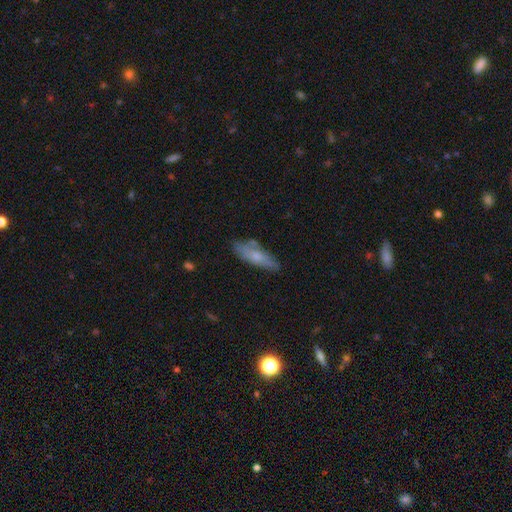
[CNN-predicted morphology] Q: Smooth or featured?
A: smooth (62%); runner-up: featured or disk (31%)
Q: How rounded?
A: cigar-shaped (51%); runner-up: in between (47%)
Q: Merging?
A: none (66%); runner-up: minor disturbance (24%)